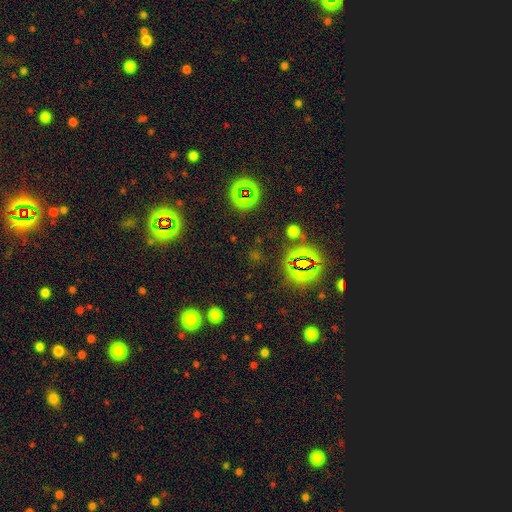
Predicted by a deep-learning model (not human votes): smooth_or_featured: star or artifact (p=0.67) [alt: smooth p=0.25]